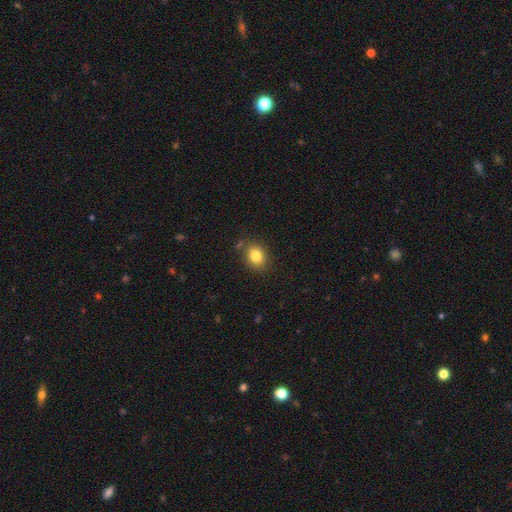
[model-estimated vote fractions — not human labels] The model was most divided on "how rounded": in between: 55%, round: 43%, cigar-shaped: 1%. More confident: smooth or featured — smooth (83%); merging — none (80%).